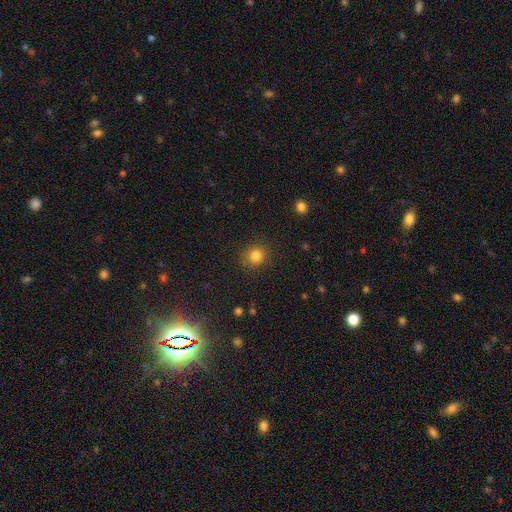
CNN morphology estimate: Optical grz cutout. It shows a smooth galaxy with no disk features (83%) that is round (87%). Merging: none (88%).